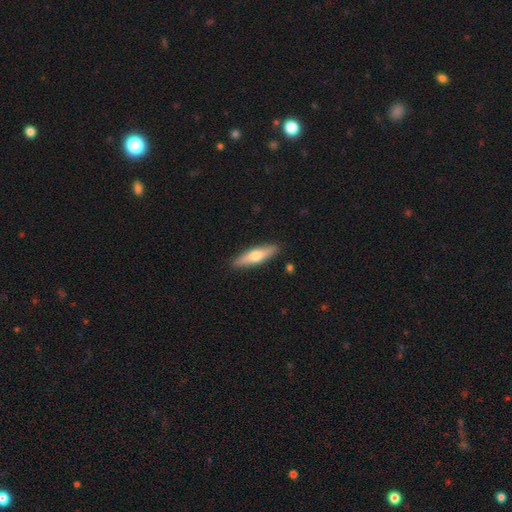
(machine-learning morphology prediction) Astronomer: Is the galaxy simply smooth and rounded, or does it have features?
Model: smooth — 57% (runner-up: featured or disk, 38%).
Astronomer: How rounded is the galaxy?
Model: cigar-shaped — 69%.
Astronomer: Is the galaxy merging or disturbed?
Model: none — 89%.